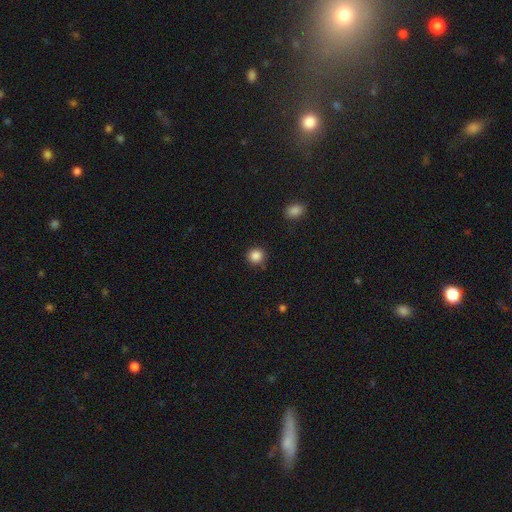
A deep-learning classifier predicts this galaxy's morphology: smooth 87%, star or artifact 10%, featured or disk 3%. Down the decision tree: how rounded — round (92%); merging — none (89%).